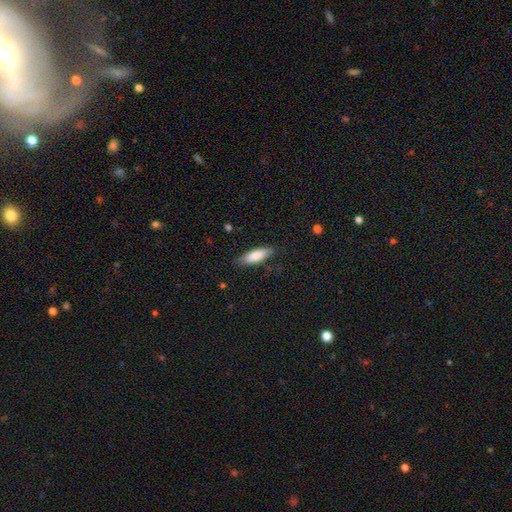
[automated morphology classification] type=smooth (82%); roundness=in between (60%); merging=none (83%).